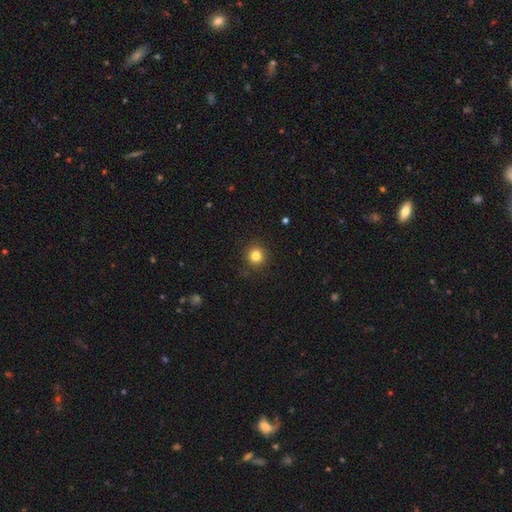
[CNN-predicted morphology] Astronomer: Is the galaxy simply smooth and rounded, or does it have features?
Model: smooth — 82%.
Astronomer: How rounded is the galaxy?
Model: round — 94%.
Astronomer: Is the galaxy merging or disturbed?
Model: none — 91%.